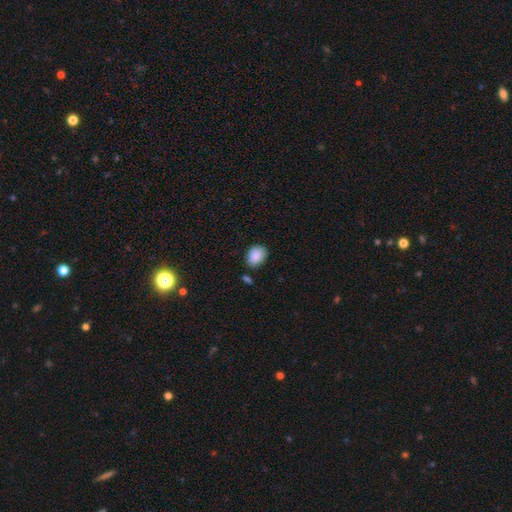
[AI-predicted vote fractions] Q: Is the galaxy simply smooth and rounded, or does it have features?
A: smooth — 88%.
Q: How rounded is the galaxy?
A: in between — 74%.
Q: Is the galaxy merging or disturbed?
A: none — 74%.